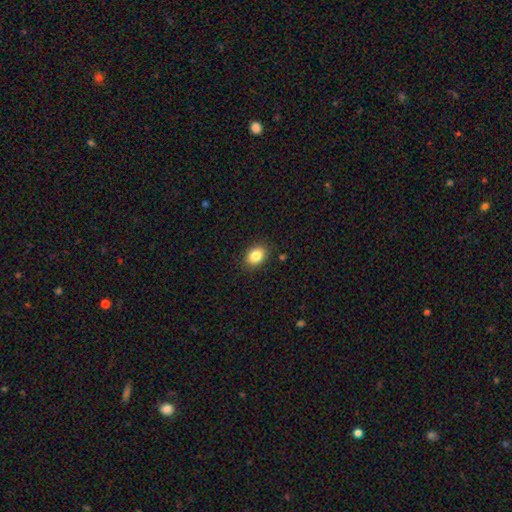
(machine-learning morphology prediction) Overall: smooth (85%). How rounded: in between (67%; round 32%). Merging: none (87%).